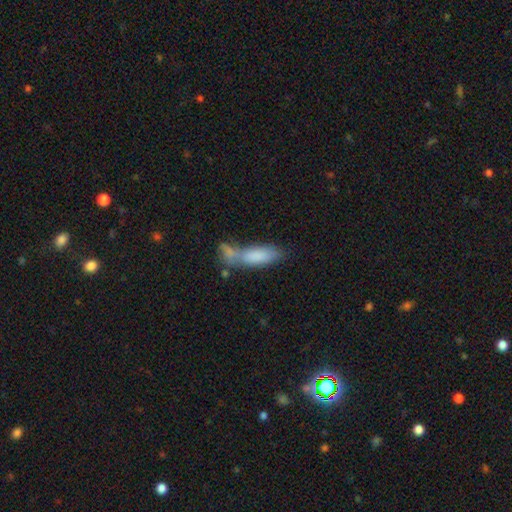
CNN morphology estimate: type=smooth (78%); roundness=in between (57%); merging=merger (43%).